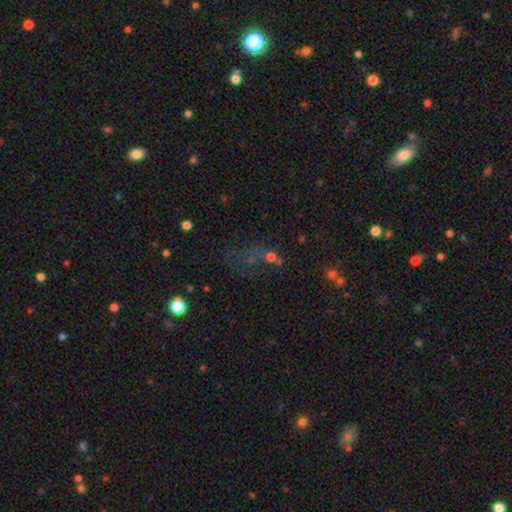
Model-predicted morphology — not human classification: A star or artifact, not a galaxy (50%).

Vote fractions:
- Smooth or featured? star or artifact: 50% / smooth: 33% / featured or disk: 16%